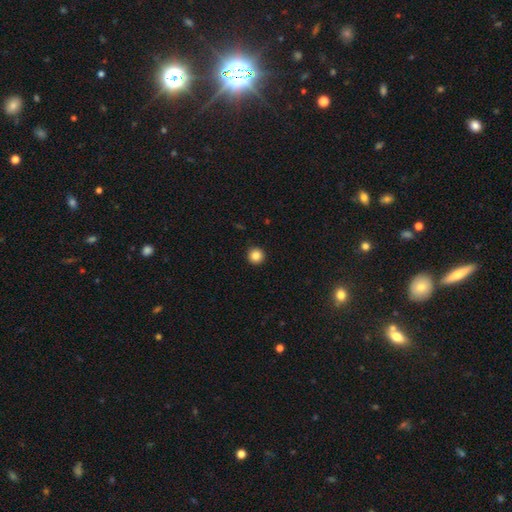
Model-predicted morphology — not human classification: smooth-or-featured: smooth: 85% | star or artifact: 10% | featured or disk: 5%
  how-rounded: round: 96% | in between: 3% | cigar-shaped: 1%
  merging: none: 94% | minor disturbance: 4% | major disturbance: 1% | merger: 1%